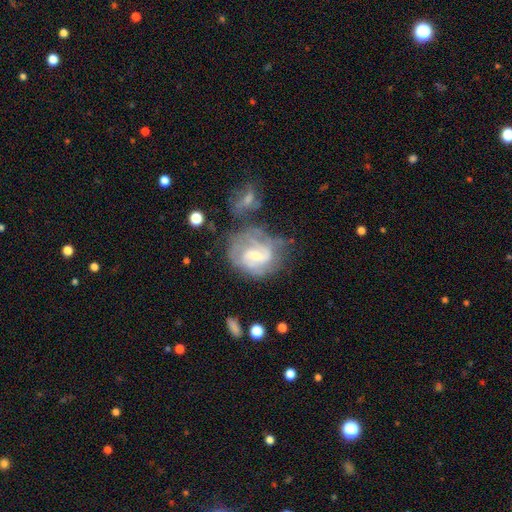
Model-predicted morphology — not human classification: smooth-or-featured: featured or disk: 75% | smooth: 18% | star or artifact: 7%
  disk-edge-on: no: 97% | yes: 3%
    bar: weak: 52% | no: 34% | strong: 14%
    has-spiral-arms: yes: 83% | no: 17%
      spiral-winding: medium: 41% (tied) | tight: 41% (tied) | loose: 18%
      spiral-arm-count: 2: 45% | can't tell: 32% | 3: 11% | 1: 6% | 4: 3% | more than 4: 2%
    bulge-size: small: 52% | moderate: 39% | none: 4% | large: 3% | dominant: 1%
  merging: none: 39% | minor disturbance: 21% | major disturbance: 21% | merger: 19%